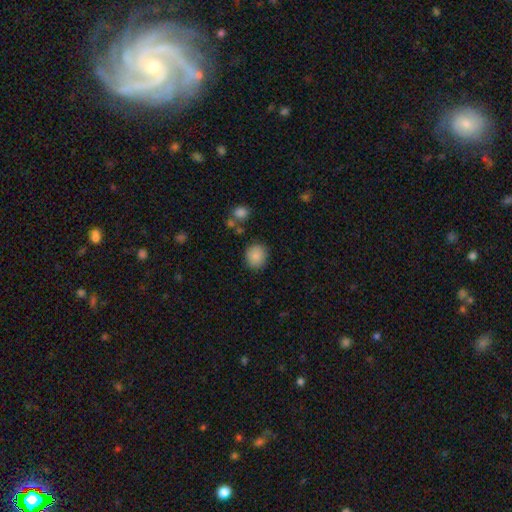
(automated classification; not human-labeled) Q: Smooth or featured?
A: smooth (87%); runner-up: star or artifact (8%)
Q: How rounded?
A: round (83%); runner-up: in between (16%)
Q: Merging?
A: none (85%); runner-up: minor disturbance (9%)